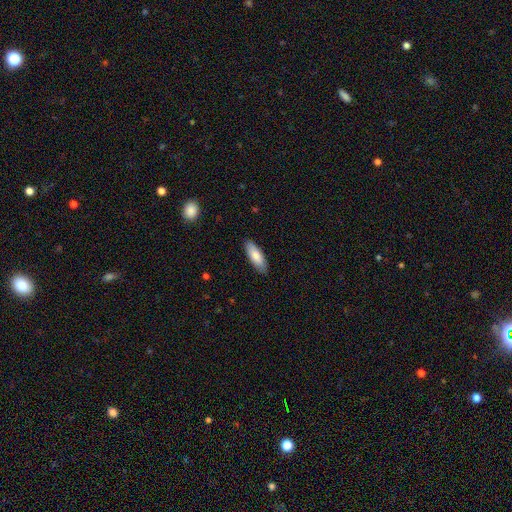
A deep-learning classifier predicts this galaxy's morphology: The model was most divided on "how rounded": in between: 65%, cigar-shaped: 33%, round: 2%. More confident: merging — none (88%); smooth or featured — smooth (80%).